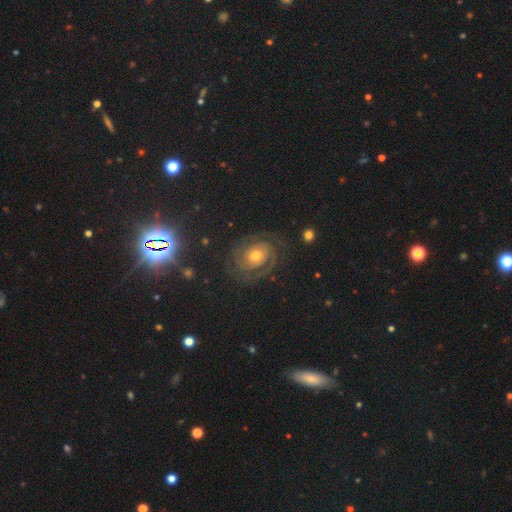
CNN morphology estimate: smooth_or_featured: featured or disk (p=0.80) [alt: star or artifact p=0.11]
disk_edge_on: no (p=0.98) [alt: yes p=0.02]
bar: no (p=0.73) [alt: weak p=0.21]
has_spiral_arms: yes (p=0.94) [alt: no p=0.06]
spiral_winding: tight (p=0.67) [alt: medium p=0.26]
spiral_arm_count: 2 (p=0.54) [alt: can't tell p=0.19]
bulge_size: moderate (p=0.63) [alt: small p=0.28]
merging: none (p=0.77) [alt: minor disturbance p=0.13]